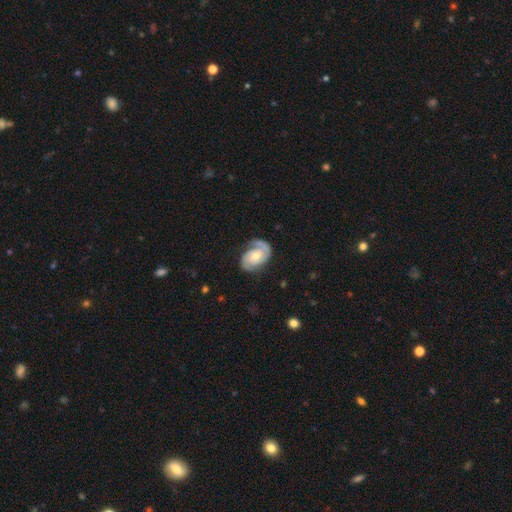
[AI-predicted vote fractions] Morphology: type=featured or disk (86%); edge-on=no (97%); bar=no (66%); spiral arms=yes (97%); winding=tight (51%); arm count=2 (83%); bulge=moderate (55%); merging=none (73%).